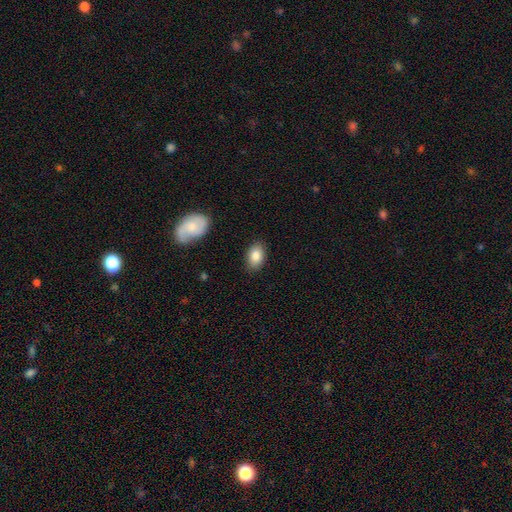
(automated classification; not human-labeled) Q: Smooth or featured?
A: smooth (84%); runner-up: featured or disk (9%)
Q: How rounded?
A: in between (88%); runner-up: round (10%)
Q: Merging?
A: none (85%); runner-up: minor disturbance (11%)